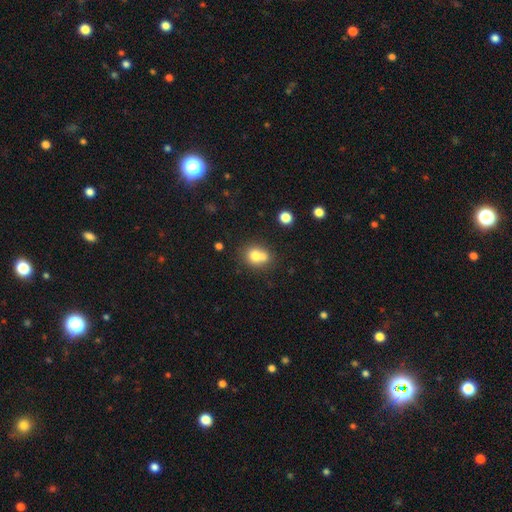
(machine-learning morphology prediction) This appears to be a smooth galaxy with no disk features (73%) that is round (63%). Merging: none (41%, tied with merger).